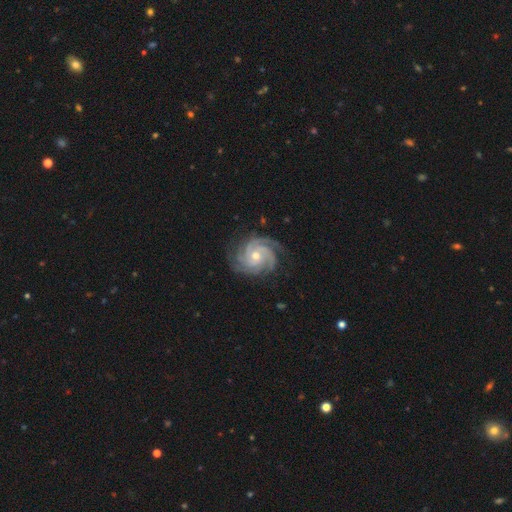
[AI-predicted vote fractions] A featured or disk galaxy (92%) with no bar (74%), 4 (34%) tight (75%) spiral arms (99%) and a moderate central bulge (58%). Merging: none (80%).